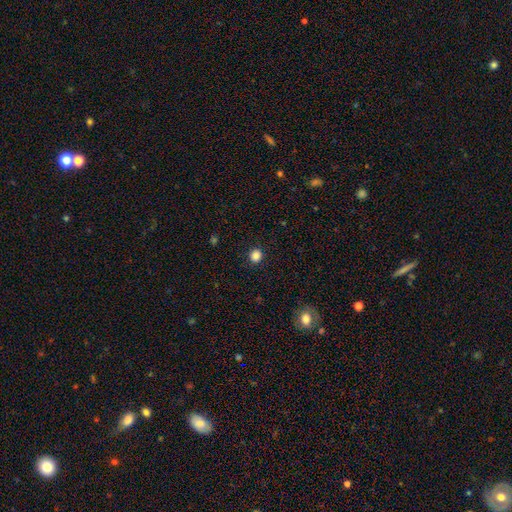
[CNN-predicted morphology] Smooth or featured? smooth (85%)
How rounded? round (82%)
Merging? none (91%)